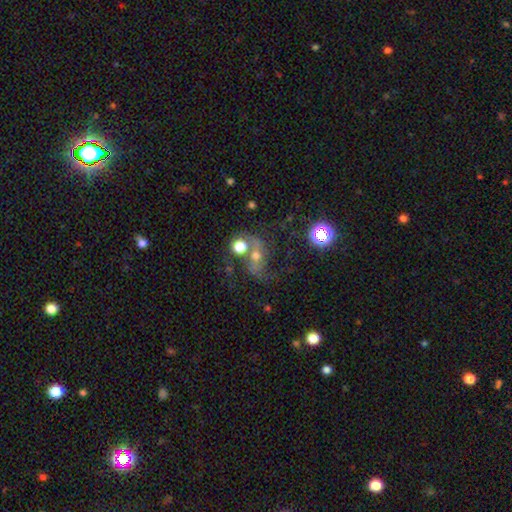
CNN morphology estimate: Overall: featured or disk (56%; smooth 25%). Edge-on disk: no (96%). Bar: no (56%; weak 31%). Spiral arms: yes (80%). Bulge size: moderate (58%; small 26%). Merging: none (43%; merger 24%).